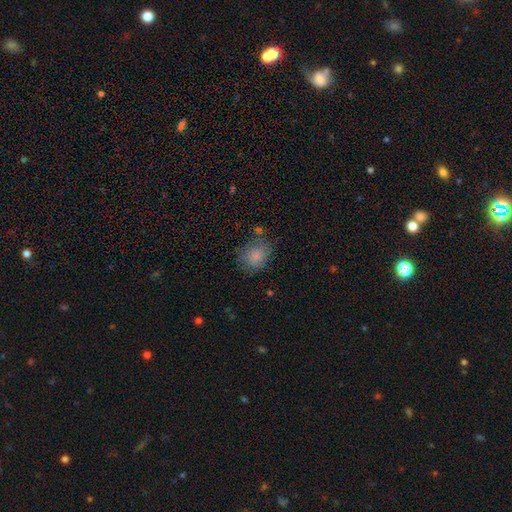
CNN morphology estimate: Smooth or featured? smooth (81%)
How rounded? round (67%)
Merging? none (66%)